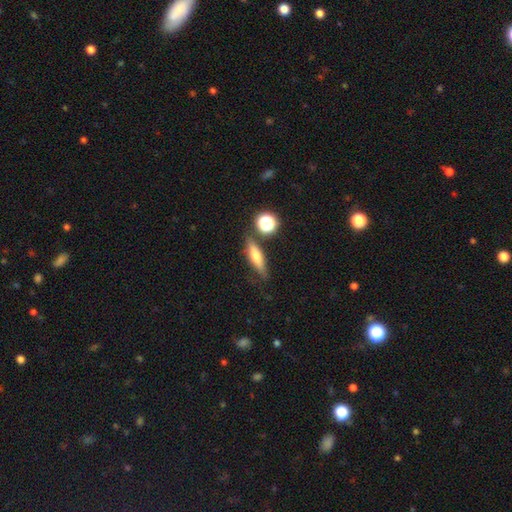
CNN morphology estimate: Smooth or featured? Predicted: smooth (p=0.58). How rounded? Predicted: cigar-shaped (p=0.60). Merging? Predicted: none (p=0.73).